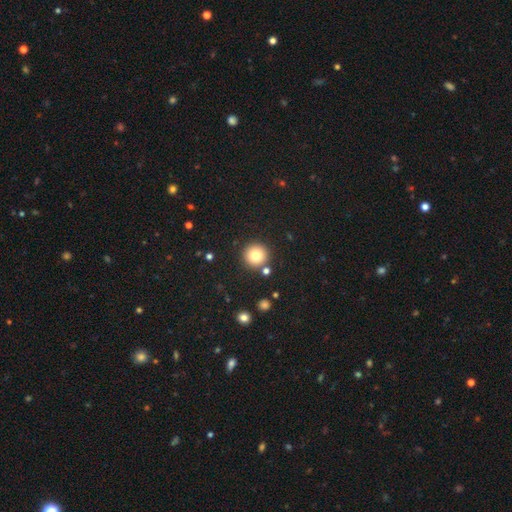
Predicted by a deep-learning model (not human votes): A smooth galaxy with no disk features (80%) that is round (95%).

Vote fractions:
- Smooth or featured? smooth: 80% / star or artifact: 12% / featured or disk: 8%
- How rounded? round: 95% / in between: 4% / cigar-shaped: 1%
- Merging? none: 87% / minor disturbance: 6% / merger: 5% / major disturbance: 2%